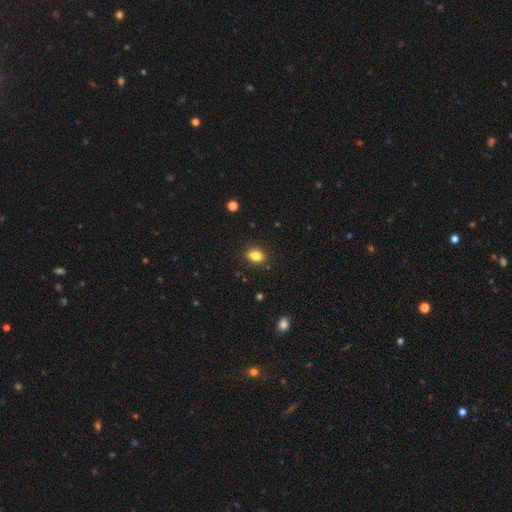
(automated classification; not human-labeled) smooth_or_featured: smooth (p=0.83) [alt: star or artifact p=0.10]
how_rounded: in between (p=0.81) [alt: round p=0.16]
merging: none (p=0.88) [alt: minor disturbance p=0.09]